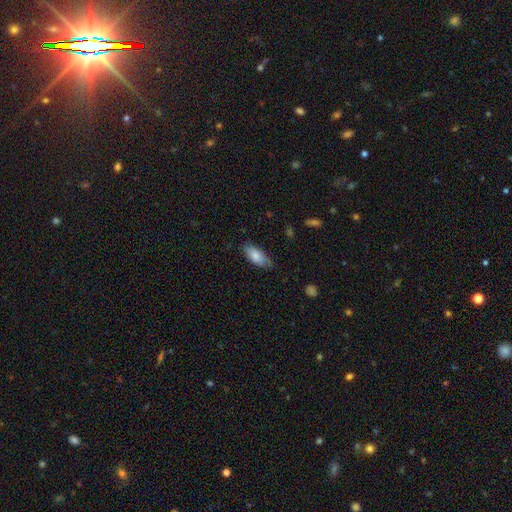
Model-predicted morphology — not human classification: smooth 80%, featured or disk 14%, star or artifact 6%. Down the decision tree: how rounded — in between (84%); merging — none (69%).